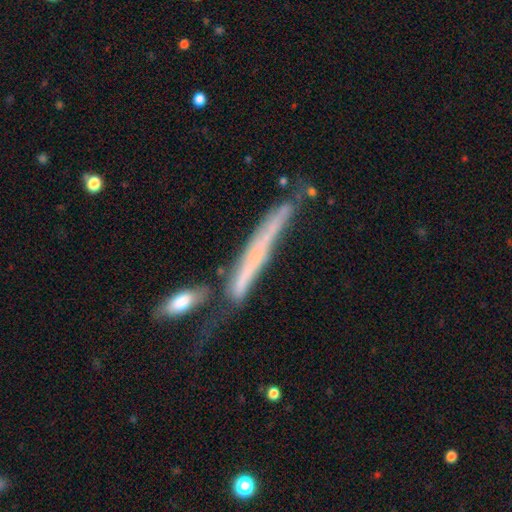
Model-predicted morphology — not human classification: featured or disk 53%, smooth 38%, star or artifact 8%. Down the decision tree: edge-on disk — yes (85%); merging — none (45%).